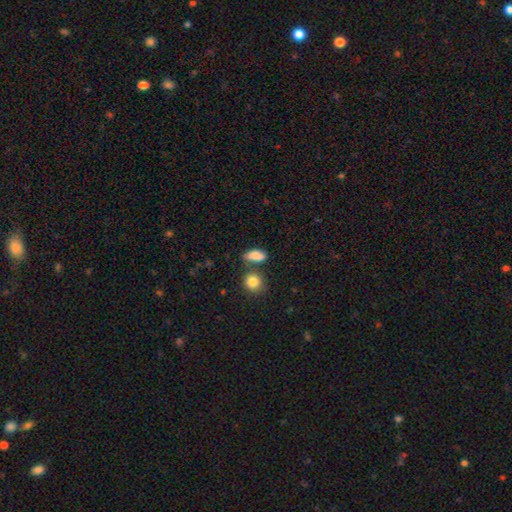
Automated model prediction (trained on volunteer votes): This appears to be a smooth galaxy with no disk features (84%) that is in between round and cigar-shaped (77%). Merging: none (60%).